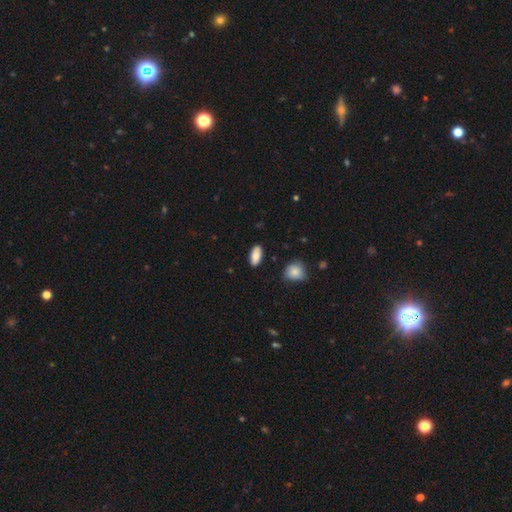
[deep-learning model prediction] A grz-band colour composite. It shows a smooth galaxy with no disk features (85%) that is in between round and cigar-shaped (88%). Merging: none (86%).